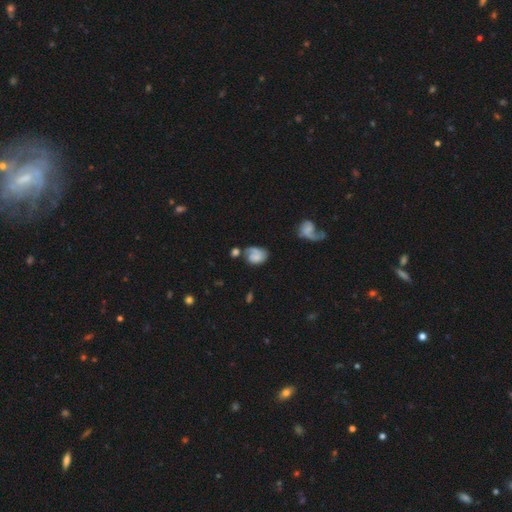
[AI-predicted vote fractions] A featured or disk galaxy (47%).

Vote fractions:
- Smooth or featured? featured or disk: 47% / smooth: 43% / star or artifact: 10%
- Merging? none: 34% / major disturbance: 25% / minor disturbance: 23% / merger: 17%